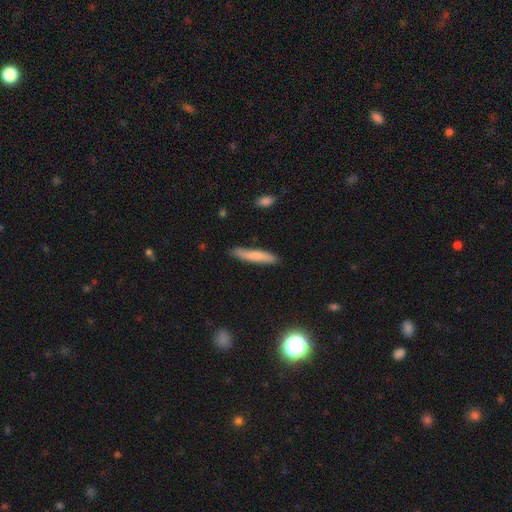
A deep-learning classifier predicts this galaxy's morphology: smooth_or_featured: smooth (p=0.73) [alt: featured or disk p=0.21]
how_rounded: cigar-shaped (p=0.90) [alt: in between p=0.08]
merging: none (p=0.81) [alt: minor disturbance p=0.15]